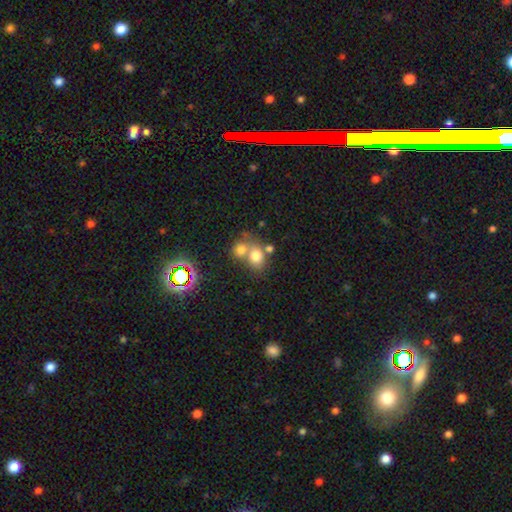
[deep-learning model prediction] Morphology: type=smooth (73%); roundness=round (63%); merging=merger (53%).